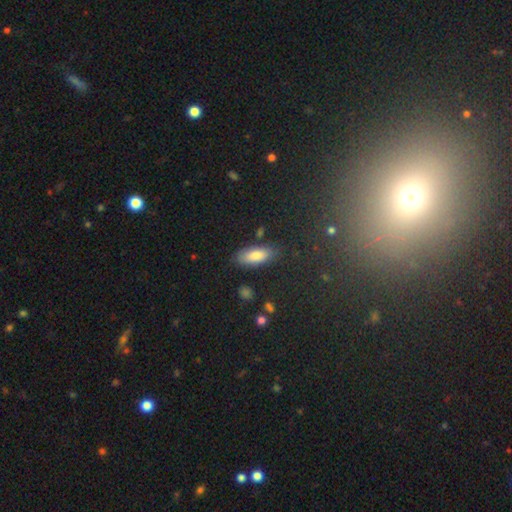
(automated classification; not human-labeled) A smooth galaxy with no disk features (83%) that is in between round and cigar-shaped (79%). Merging: none (80%).